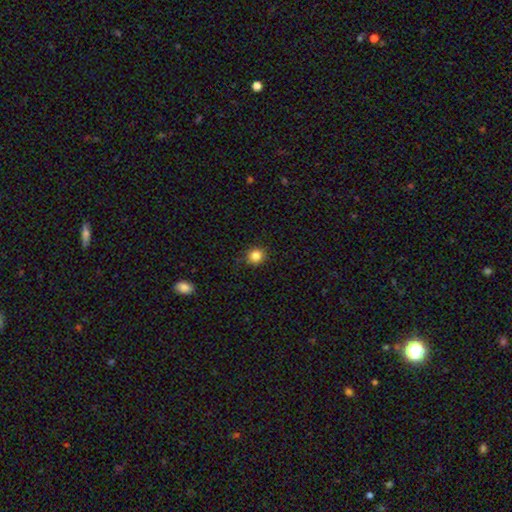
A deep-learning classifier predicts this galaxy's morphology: The model was most divided on "smooth or featured": smooth: 84%, star or artifact: 11%, featured or disk: 4%. More confident: how rounded — round (90%); merging — none (87%).